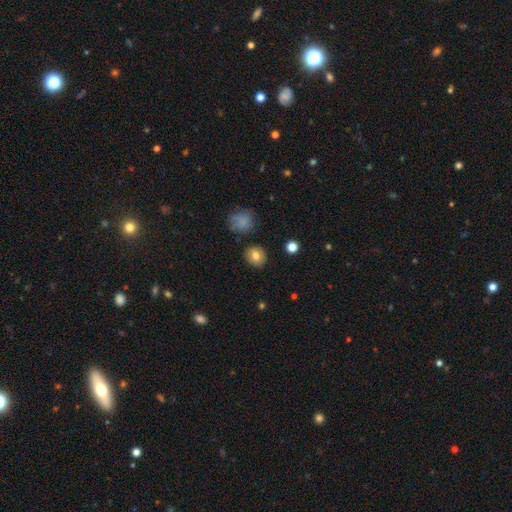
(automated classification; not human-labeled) Q: Smooth or featured?
A: smooth (78%); runner-up: featured or disk (12%)
Q: How rounded?
A: round (84%); runner-up: in between (15%)
Q: Merging?
A: none (86%); runner-up: minor disturbance (9%)